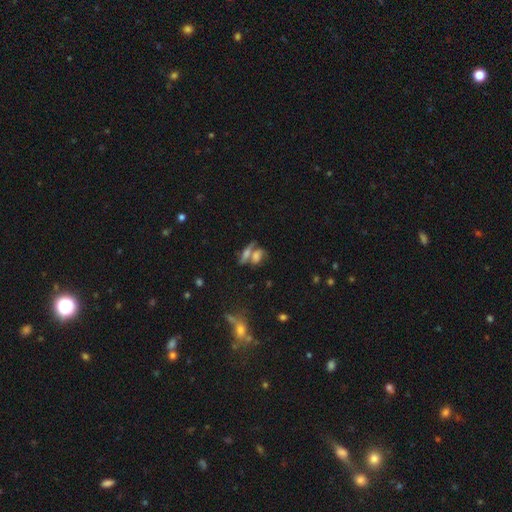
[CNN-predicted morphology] Smooth or featured? smooth (53%)
How rounded? in between (65%)
Merging? merger (51%)